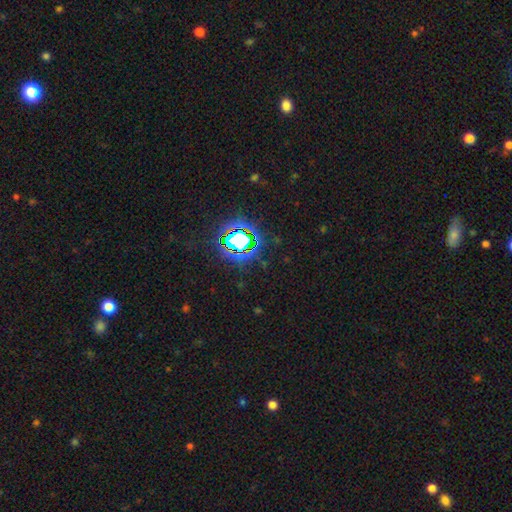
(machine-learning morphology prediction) smooth-or-featured: star or artifact: 81% | smooth: 11% | featured or disk: 7%